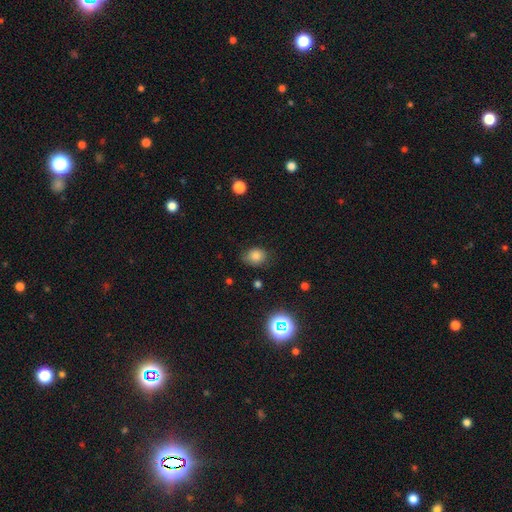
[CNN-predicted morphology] This is likely a smooth galaxy (79%). How rounded: possibly round (56%). Merging: likely none (71%).